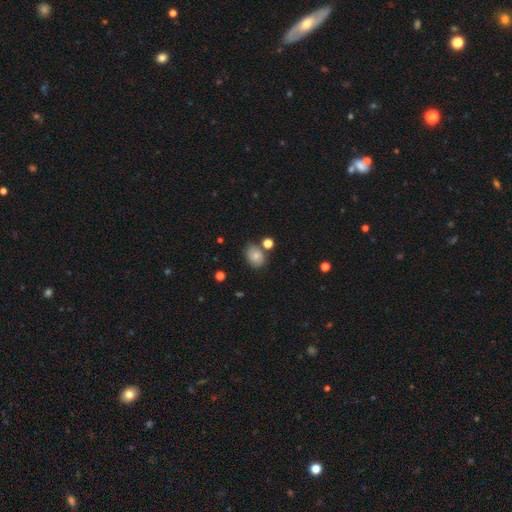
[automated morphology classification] type=smooth (81%); roundness=in between (60%); merging=none (69%).